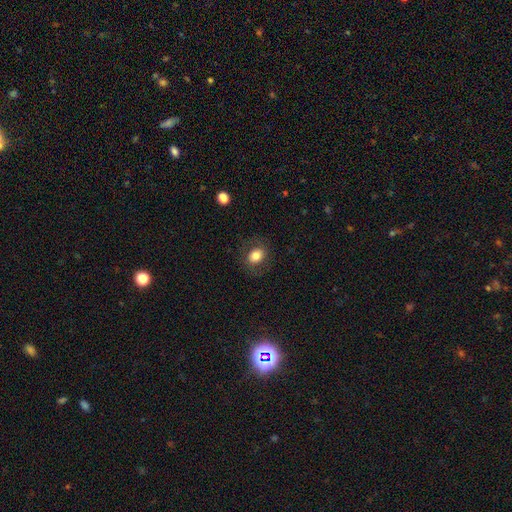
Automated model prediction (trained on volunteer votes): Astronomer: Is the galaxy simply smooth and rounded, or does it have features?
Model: smooth — 77%.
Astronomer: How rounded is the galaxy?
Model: in between — 53% (runner-up: round, 46%).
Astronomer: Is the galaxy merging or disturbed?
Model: none — 79%.